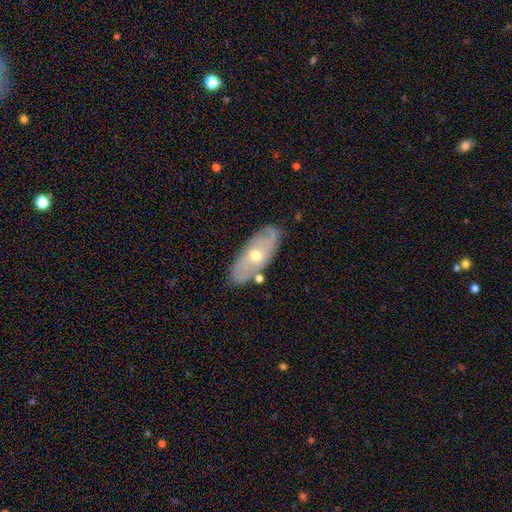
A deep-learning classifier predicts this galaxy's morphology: smooth-or-featured: featured or disk: 62% | smooth: 32% | star or artifact: 6%
  disk-edge-on: no: 82% | yes: 18%
    bar: no: 74% | weak: 21% | strong: 5%
    has-spiral-arms: yes: 64% | no: 36%
    bulge-size: moderate: 69% | small: 26% | large: 3% | none: 1% | dominant: 1%
  merging: none: 78% | minor disturbance: 15% | merger: 4% | major disturbance: 3%